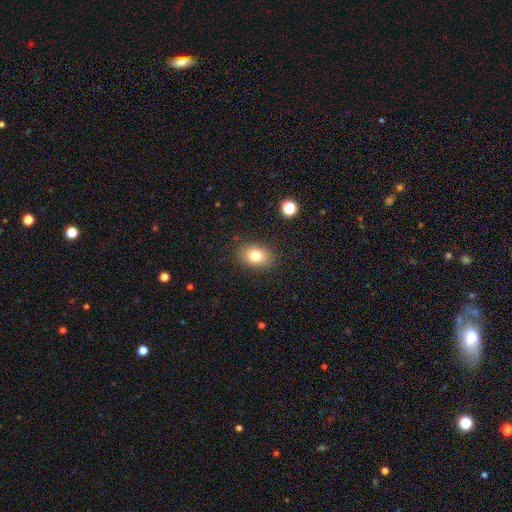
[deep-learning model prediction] smooth-or-featured: smooth: 79% | featured or disk: 11% | star or artifact: 10%
  how-rounded: in between: 77% | round: 22% | cigar-shaped: 1%
  merging: none: 86% | minor disturbance: 9% | major disturbance: 3% | merger: 1%